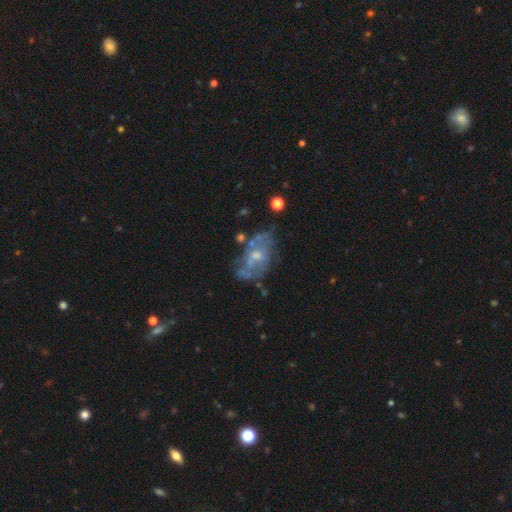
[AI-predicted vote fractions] This appears to be a featured or disk galaxy (68%) with no bar (65%), no spiral arms (50%, tied with yes) and a small central bulge (45%). Merging: none (52%).